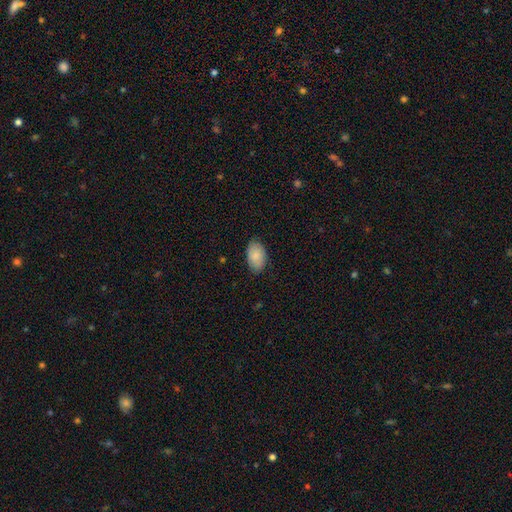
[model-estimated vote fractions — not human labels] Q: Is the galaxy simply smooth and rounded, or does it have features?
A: smooth — 86%.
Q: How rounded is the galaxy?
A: in between — 93%.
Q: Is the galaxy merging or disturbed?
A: none — 84%.